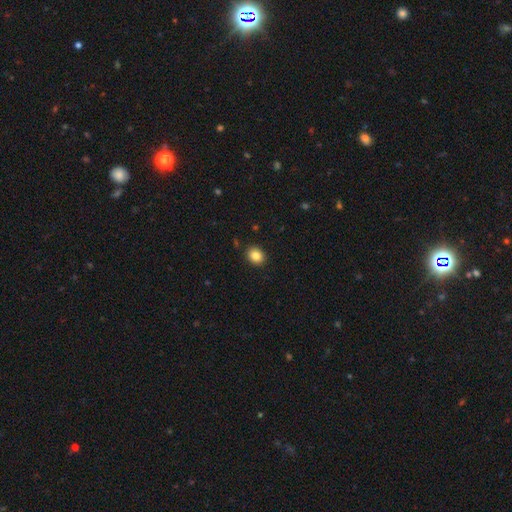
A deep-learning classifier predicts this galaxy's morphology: smooth 85%, star or artifact 10%, featured or disk 5%. Down the decision tree: how rounded — round (56%); merging — none (90%).